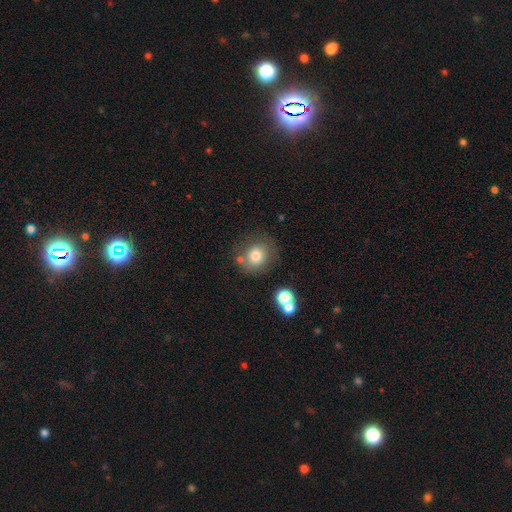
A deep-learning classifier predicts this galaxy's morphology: smooth_or_featured: smooth (p=0.77) [alt: featured or disk p=0.12]
how_rounded: round (p=0.82) [alt: in between p=0.17]
merging: none (p=0.70) [alt: minor disturbance p=0.14]